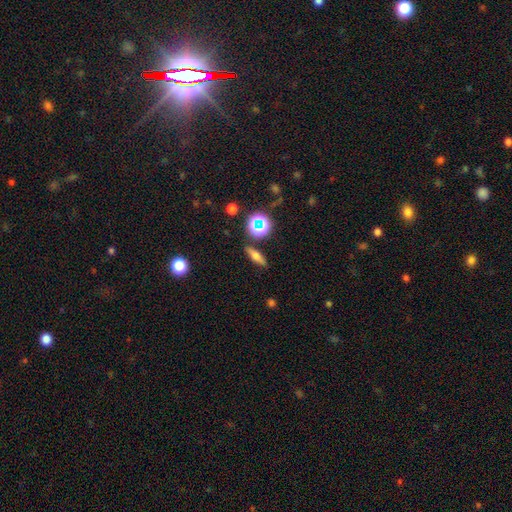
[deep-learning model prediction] smooth 56%, featured or disk 28%, star or artifact 16%. Down the decision tree: how rounded — cigar-shaped (56%); merging — none (85%).